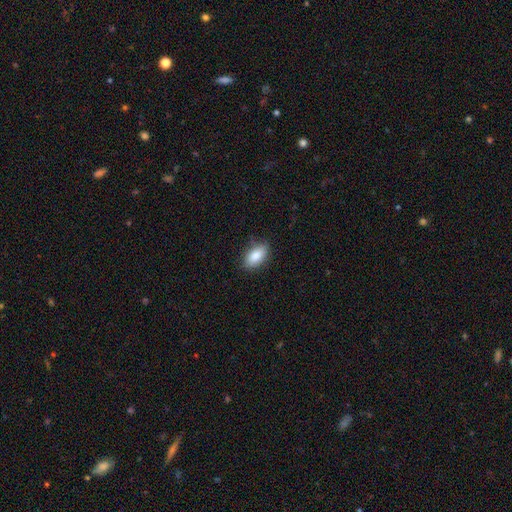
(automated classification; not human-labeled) smooth_or_featured: smooth (p=0.86) [alt: featured or disk p=0.07]
how_rounded: in between (p=0.91) [alt: round p=0.05]
merging: none (p=0.81) [alt: minor disturbance p=0.15]